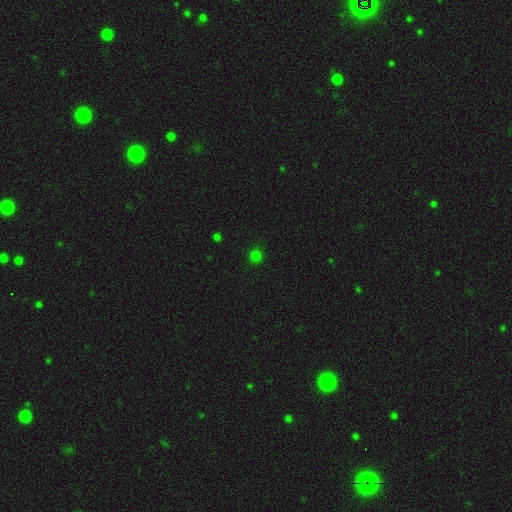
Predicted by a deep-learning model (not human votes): A smooth galaxy with no disk features (75%) that is round (93%). Merging: none (91%).